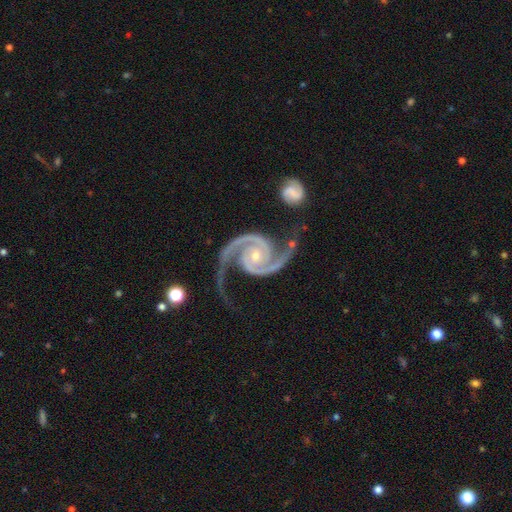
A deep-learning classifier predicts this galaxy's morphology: Smooth or featured: featured or disk — 95% (star or artifact — 3%)
Edge-on disk: no — 99% (yes — 1%)
Bar: no — 72% (weak — 18%)
Spiral arms: yes — 99% (no — 1%)
Spiral winding: medium — 57% (tight — 29%)
Spiral arm count: 2 — 94% (3 — 2%)
Bulge size: small — 62% (moderate — 35%)
Merging: none — 65% (minor disturbance — 18%)